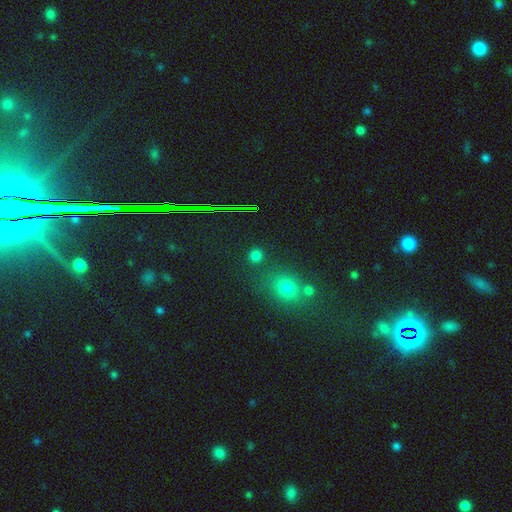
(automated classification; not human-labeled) Smooth or featured: smooth — 72% (star or artifact — 23%)
How rounded: round — 84% (in between — 15%)
Merging: none — 83% (minor disturbance — 8%)